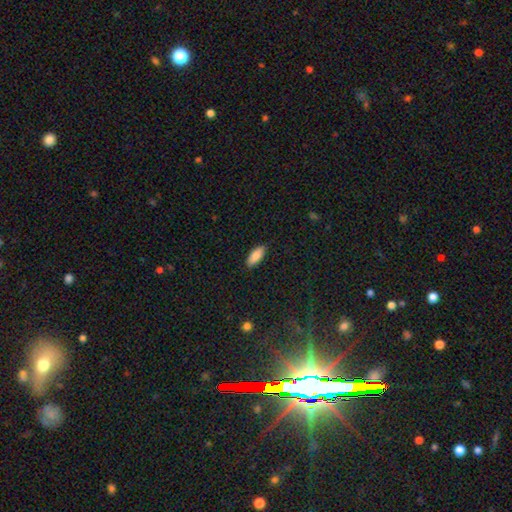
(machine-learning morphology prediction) Smooth or featured?
  - smooth: 85% *
  - featured or disk: 9%
  - star or artifact: 6%
How rounded?
  - in between: 80% *
  - cigar-shaped: 18%
  - round: 2%
Merging?
  - none: 88% *
  - minor disturbance: 9%
  - major disturbance: 2%
  - merger: 1%